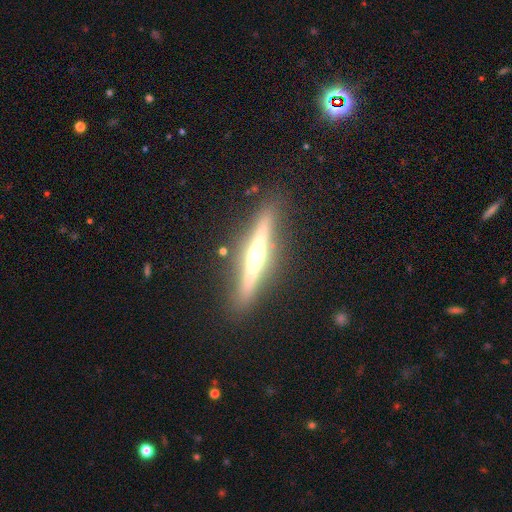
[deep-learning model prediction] This is likely a featured or disk galaxy (75%). It is clearly viewed edge-on (97%). Edge-on bulge: clearly rounded (88%). Merging: clearly none (88%).